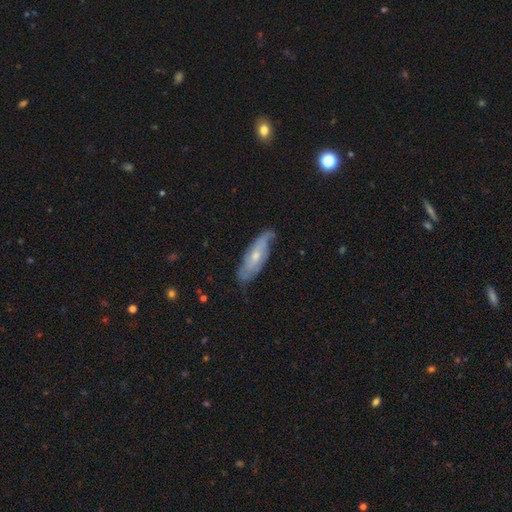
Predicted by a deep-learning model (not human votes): featured or disk 63%, smooth 30%, star or artifact 6%. Down the decision tree: edge-on disk — no (76%); merging — none (65%).